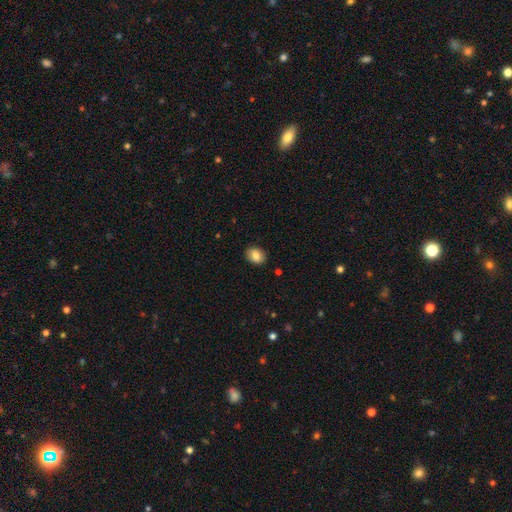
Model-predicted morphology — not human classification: Overall: smooth (85%). How rounded: in between (60%; round 39%). Merging: none (89%).